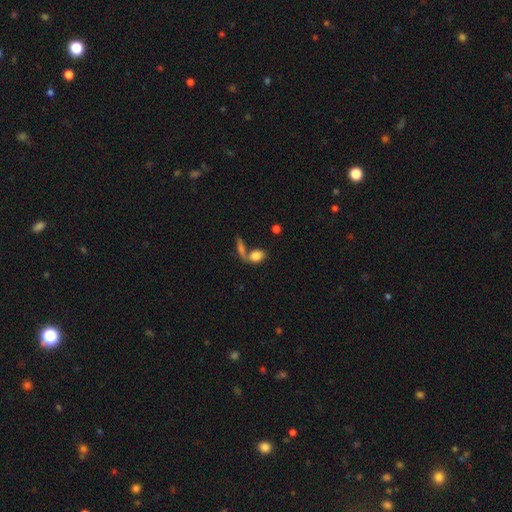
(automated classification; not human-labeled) Smooth or featured: smooth — 80% (featured or disk — 11%)
How rounded: in between — 77% (round — 17%)
Merging: merger — 43% (none — 40%)